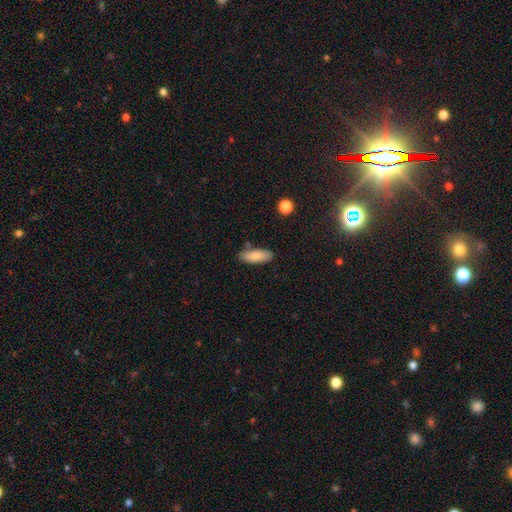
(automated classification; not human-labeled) This appears to be a smooth galaxy with no disk features (86%) that is in between round and cigar-shaped (72%). Merging: none (77%).